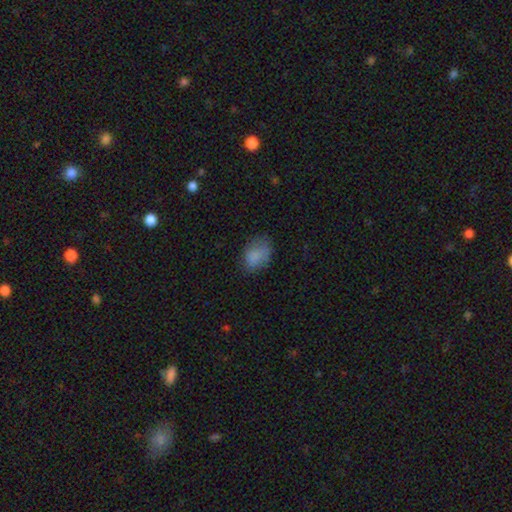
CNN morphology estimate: smooth_or_featured: smooth (p=0.81) [alt: star or artifact p=0.10]
how_rounded: in between (p=0.76) [alt: round p=0.22]
merging: none (p=0.63) [alt: minor disturbance p=0.26]